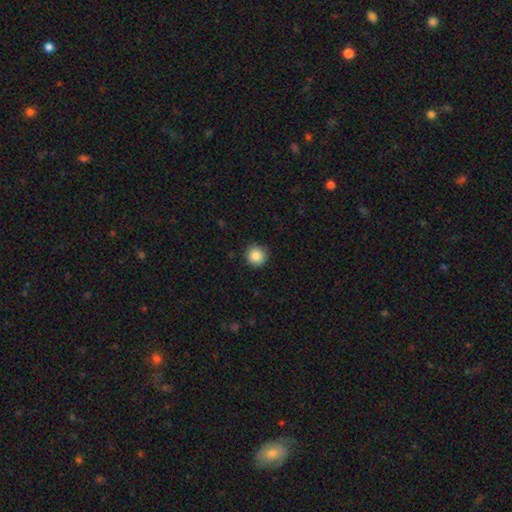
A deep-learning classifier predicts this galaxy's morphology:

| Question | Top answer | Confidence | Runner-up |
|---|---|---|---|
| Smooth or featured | smooth | 87% | star or artifact (9%) |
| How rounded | round | 95% | in between (4%) |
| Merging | none | 91% | minor disturbance (6%) |